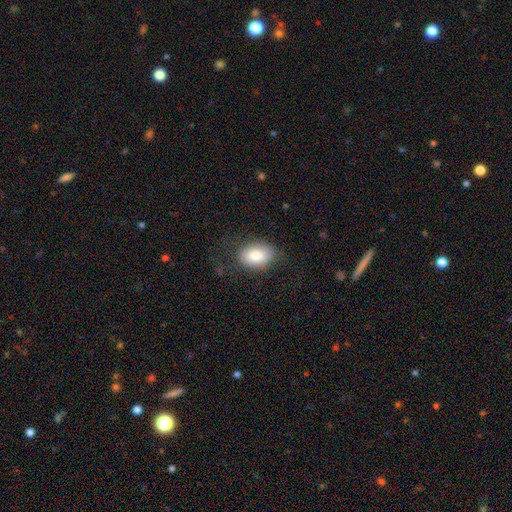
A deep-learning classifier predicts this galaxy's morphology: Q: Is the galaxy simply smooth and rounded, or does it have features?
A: smooth — 82%.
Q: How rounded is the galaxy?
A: in between — 84%.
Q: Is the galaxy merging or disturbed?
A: none — 74%.